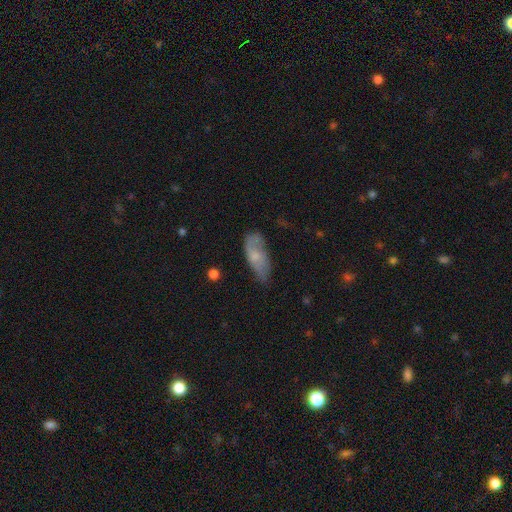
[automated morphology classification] smooth_or_featured: smooth (p=0.56) [alt: featured or disk p=0.36]
how_rounded: in between (p=0.78) [alt: cigar-shaped p=0.19]
merging: none (p=0.51) [alt: minor disturbance p=0.33]